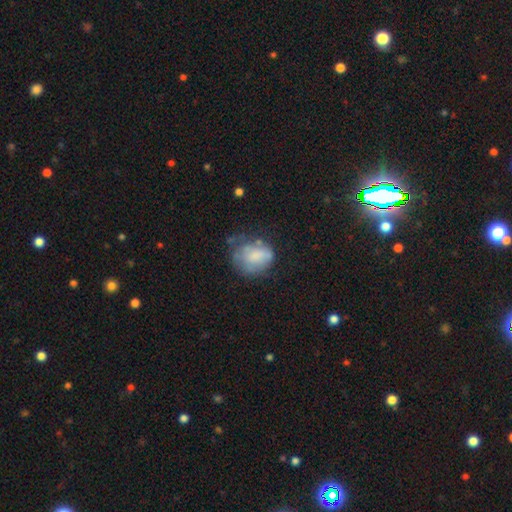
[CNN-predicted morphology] smooth_or_featured: smooth (p=0.63) [alt: featured or disk p=0.28]
how_rounded: in between (p=0.52) [alt: round p=0.47]
merging: none (p=0.41) [alt: minor disturbance p=0.32]